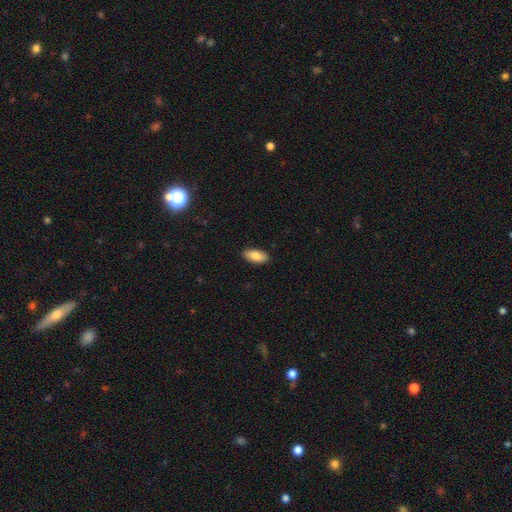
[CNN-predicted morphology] Q: Smooth or featured?
A: smooth (86%); runner-up: featured or disk (8%)
Q: How rounded?
A: in between (89%); runner-up: cigar-shaped (9%)
Q: Merging?
A: none (89%); runner-up: minor disturbance (8%)